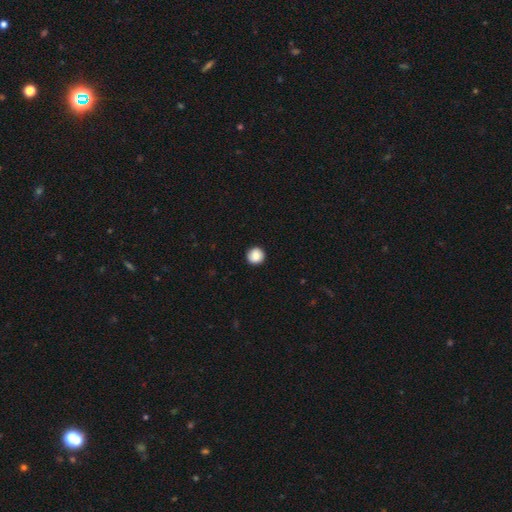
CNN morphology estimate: Overall: smooth (88%). How rounded: round (94%). Merging: none (93%).